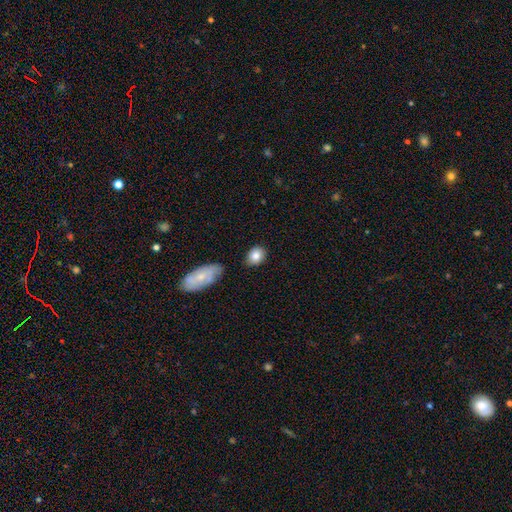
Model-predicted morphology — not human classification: Smooth or featured? smooth (82%)
How rounded? in between (53%)
Merging? none (78%)